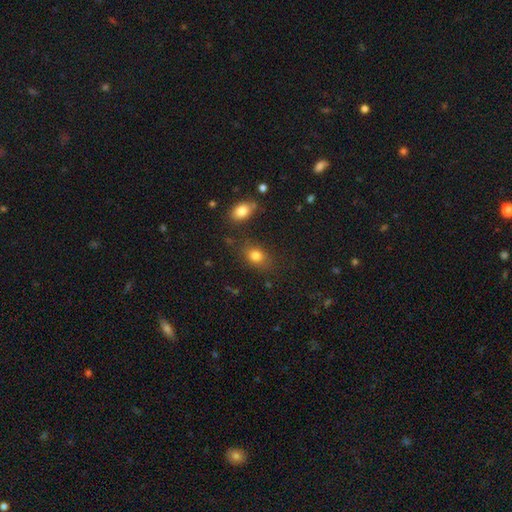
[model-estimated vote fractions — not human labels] Smooth or featured?
  - smooth: 80% *
  - star or artifact: 12%
  - featured or disk: 8%
How rounded?
  - in between: 66% *
  - round: 33%
  - cigar-shaped: 2%
Merging?
  - none: 77% *
  - minor disturbance: 14%
  - merger: 5%
  - major disturbance: 5%